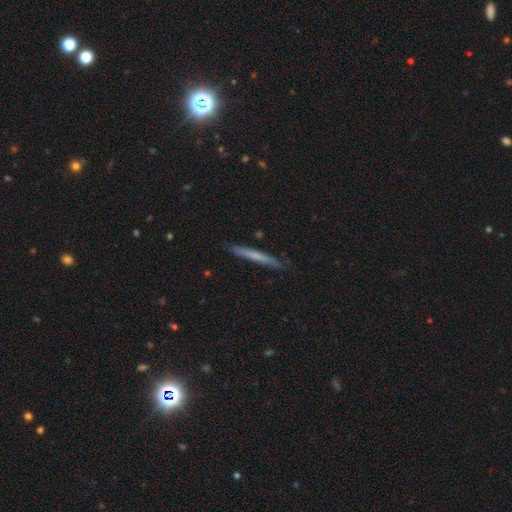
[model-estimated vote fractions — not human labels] Morphology: type=smooth (57%); roundness=cigar-shaped (97%); merging=none (88%).